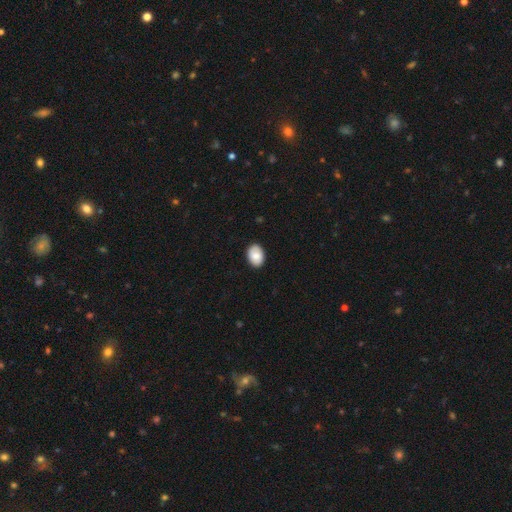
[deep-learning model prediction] Smooth or featured: smooth — 82% (featured or disk — 11%)
How rounded: in between — 82% (round — 17%)
Merging: none — 87% (minor disturbance — 10%)